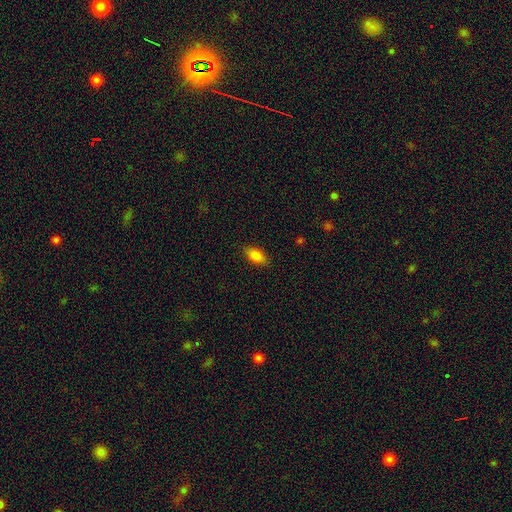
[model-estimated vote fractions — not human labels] Smooth or featured: smooth — 83% (featured or disk — 9%)
How rounded: in between — 89% (cigar-shaped — 6%)
Merging: none — 87% (minor disturbance — 10%)